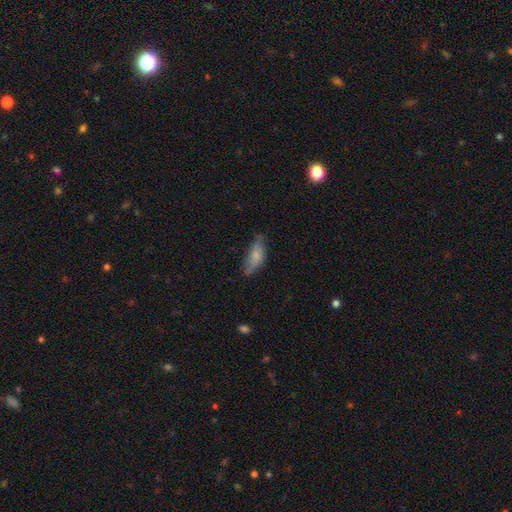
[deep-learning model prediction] smooth 69%, featured or disk 23%, star or artifact 8%. Down the decision tree: how rounded — in between (73%); merging — none (52%).